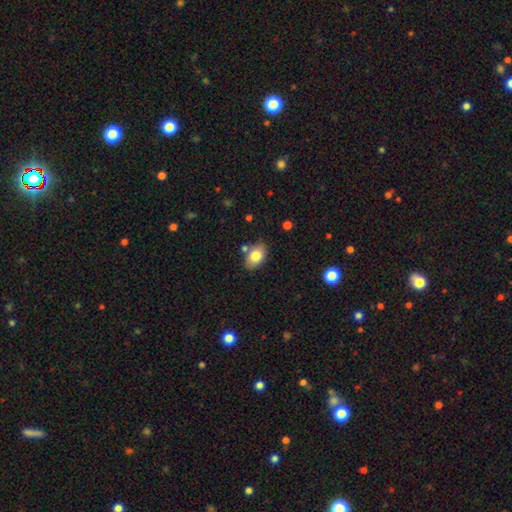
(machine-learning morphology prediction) A smooth galaxy with no disk features (80%) that is in between round and cigar-shaped (83%). Merging: none (76%).